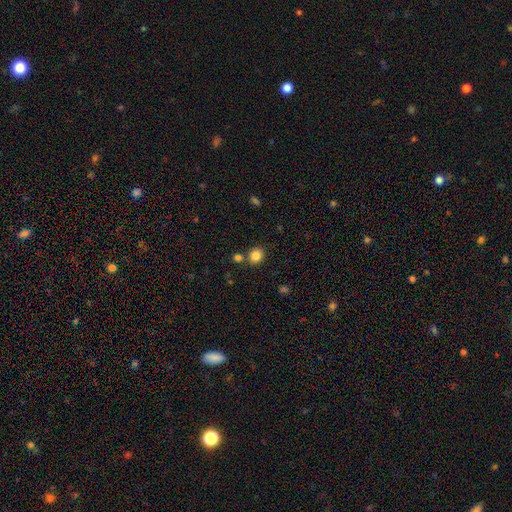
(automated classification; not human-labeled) Q: Smooth or featured?
A: smooth (84%); runner-up: star or artifact (11%)
Q: How rounded?
A: round (67%); runner-up: in between (32%)
Q: Merging?
A: none (77%); runner-up: merger (11%)